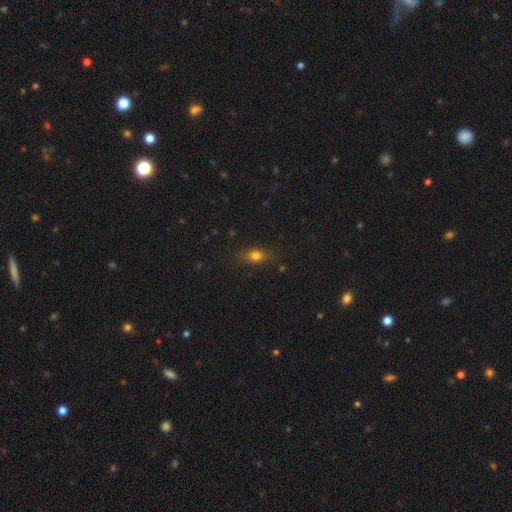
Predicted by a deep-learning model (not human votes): Q: Smooth or featured?
A: smooth (74%); runner-up: star or artifact (13%)
Q: How rounded?
A: in between (64%); runner-up: round (27%)
Q: Merging?
A: none (77%); runner-up: minor disturbance (17%)